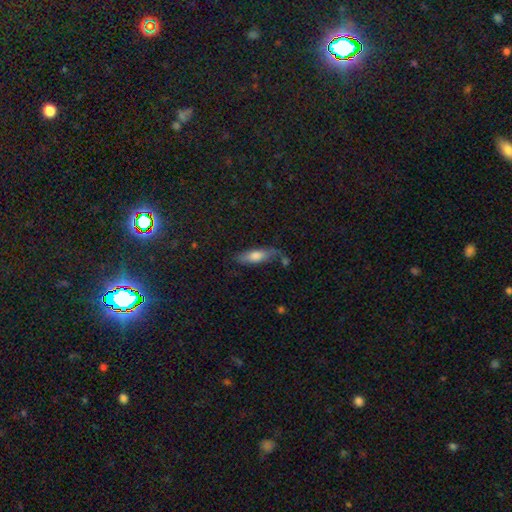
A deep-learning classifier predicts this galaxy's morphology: Q: Smooth or featured?
A: smooth (68%); runner-up: featured or disk (24%)
Q: How rounded?
A: in between (50%); runner-up: cigar-shaped (48%)
Q: Merging?
A: none (62%); runner-up: minor disturbance (24%)